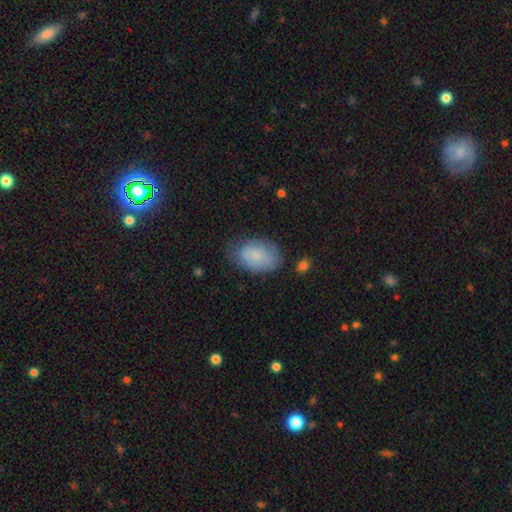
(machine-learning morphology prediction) smooth_or_featured: smooth (p=0.75) [alt: featured or disk p=0.18]
how_rounded: in between (p=0.87) [alt: round p=0.12]
merging: none (p=0.60) [alt: minor disturbance p=0.29]